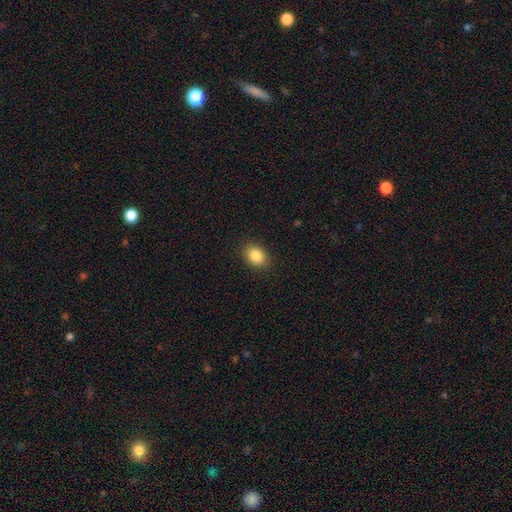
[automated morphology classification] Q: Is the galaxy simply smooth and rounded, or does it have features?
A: smooth — 86%.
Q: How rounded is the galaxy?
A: in between — 69%.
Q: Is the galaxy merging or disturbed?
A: none — 89%.